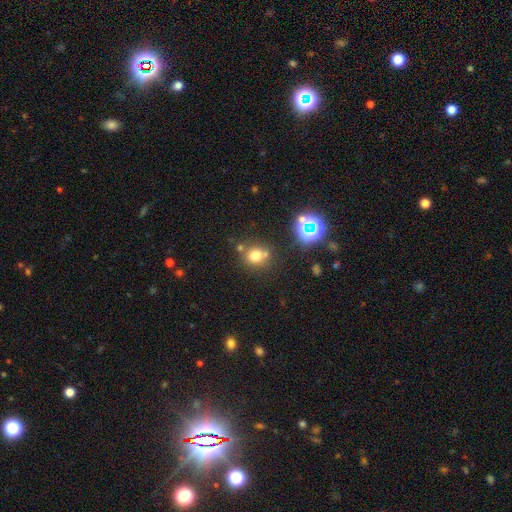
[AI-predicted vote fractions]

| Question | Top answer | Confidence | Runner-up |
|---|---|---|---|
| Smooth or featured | smooth | 70% | star or artifact (20%) |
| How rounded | round | 81% | in between (18%) |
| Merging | none | 65% | merger (18%) |